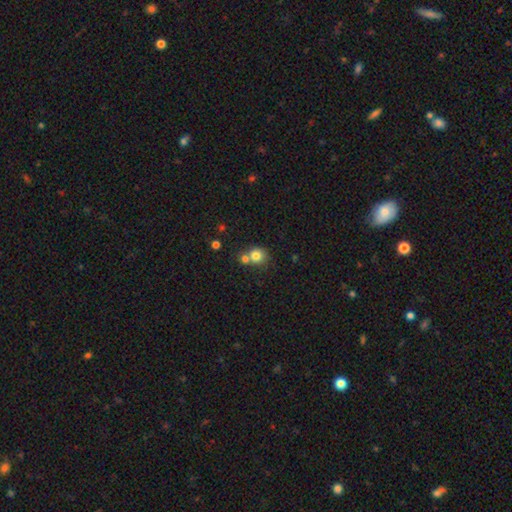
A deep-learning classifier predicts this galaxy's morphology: smooth-or-featured: smooth: 79% | star or artifact: 11% | featured or disk: 10%
  how-rounded: round: 82% | in between: 17% | cigar-shaped: 1%
  merging: merger: 47% | none: 42% | minor disturbance: 8% | major disturbance: 3%